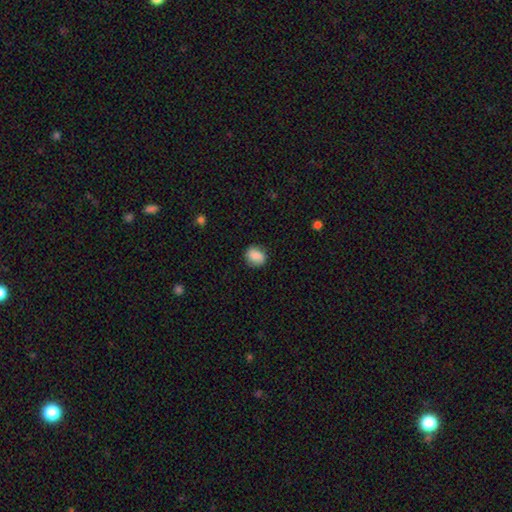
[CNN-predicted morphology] Overall: smooth (79%). How rounded: round (63%; in between 36%). Merging: none (82%).